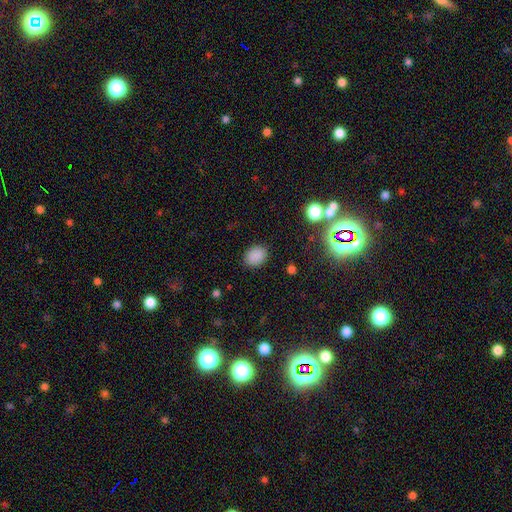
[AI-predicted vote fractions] This appears to be a smooth galaxy with no disk features (84%) that is in between round and cigar-shaped (63%). Merging: none (87%).